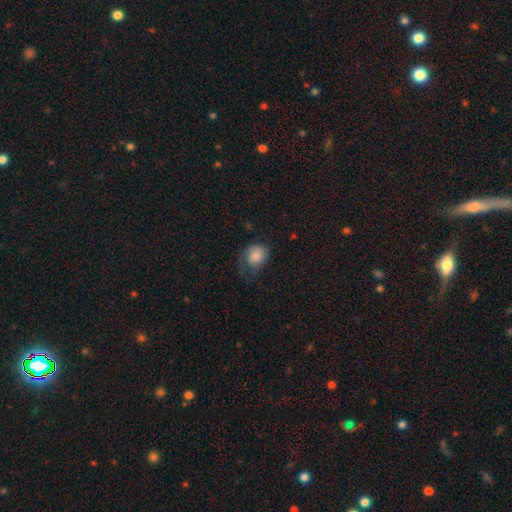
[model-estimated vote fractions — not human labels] Overall: smooth (75%). How rounded: round (51%; in between 48%). Merging: none (39%; minor disturbance 30%).